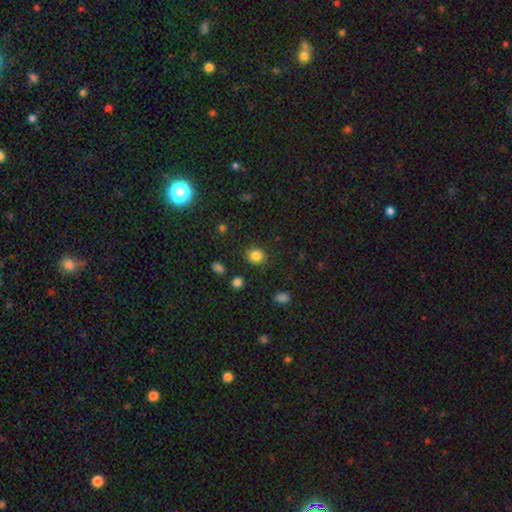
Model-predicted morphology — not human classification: smooth 84%, star or artifact 11%, featured or disk 5%. Down the decision tree: how rounded — round (84%); merging — none (88%).